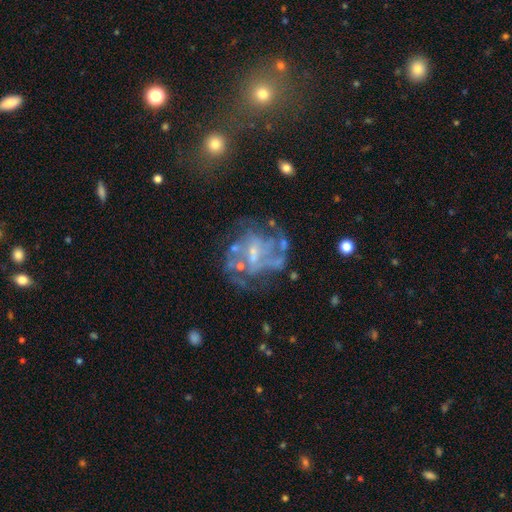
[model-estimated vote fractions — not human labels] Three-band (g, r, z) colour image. It shows a featured or disk galaxy (74%) with a weak bar (45%), spiral arms (67%) and a small central bulge (44%). Merging: none (50%).